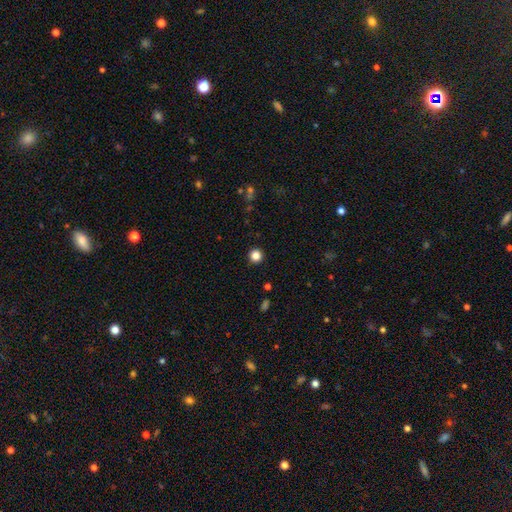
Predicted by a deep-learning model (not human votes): This is clearly a smooth galaxy (84%). How rounded: clearly round (96%). Merging: clearly none (93%).